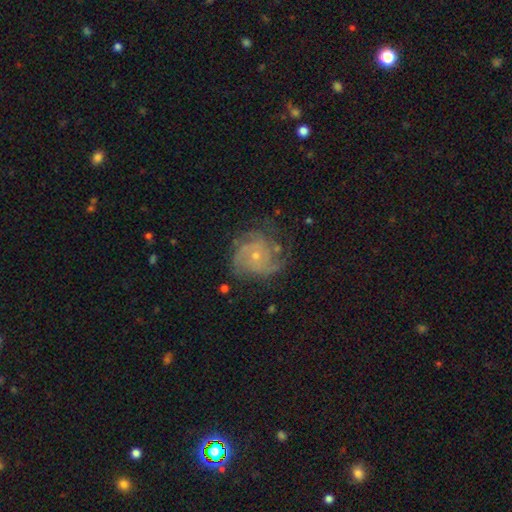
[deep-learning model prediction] Smooth or featured: featured or disk — 81% (smooth — 11%)
Edge-on disk: no — 98% (yes — 2%)
Bar: no — 81% (weak — 17%)
Spiral arms: yes — 94% (no — 6%)
Spiral winding: tight — 53% (medium — 37%)
Spiral arm count: 3 — 30% (can't tell — 25%)
Bulge size: small — 73% (moderate — 23%)
Merging: none — 65% (minor disturbance — 21%)